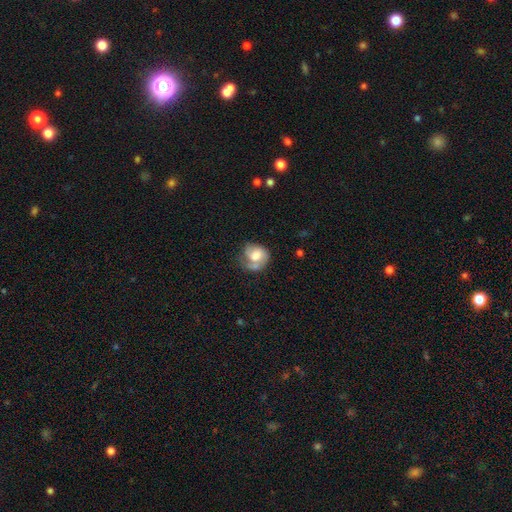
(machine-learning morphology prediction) Smooth or featured? Predicted: smooth (p=0.50). Merging? Predicted: none (p=0.39).